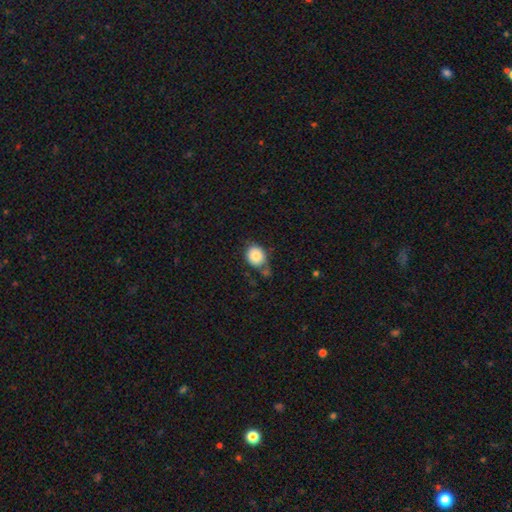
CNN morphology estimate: This appears to be a smooth galaxy with no disk features (85%) that is round (65%). Merging: none (60%).